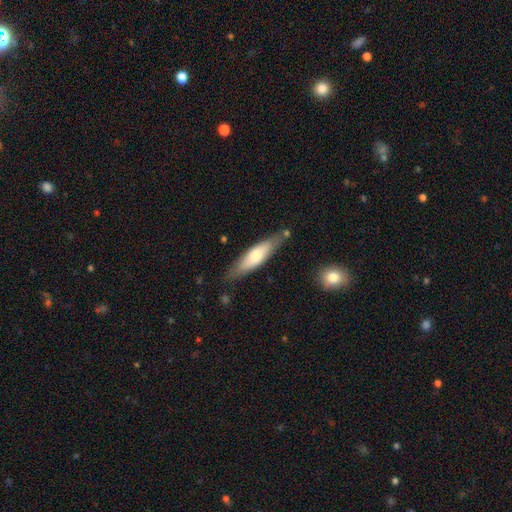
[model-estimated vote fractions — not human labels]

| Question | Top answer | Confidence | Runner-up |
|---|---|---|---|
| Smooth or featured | smooth | 64% | featured or disk (31%) |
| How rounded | cigar-shaped | 68% | in between (31%) |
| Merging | none | 77% | minor disturbance (16%) |